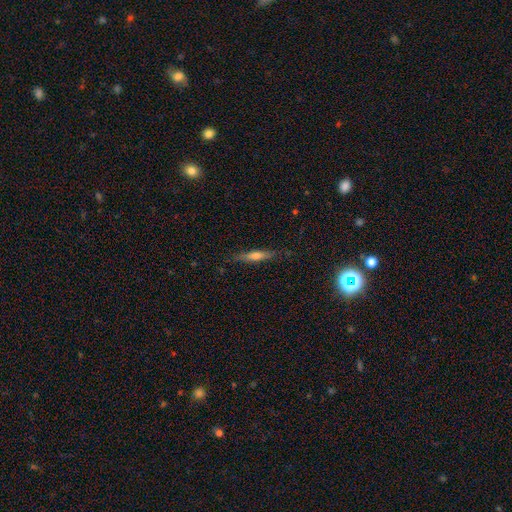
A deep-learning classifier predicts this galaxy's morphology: Smooth or featured?
  - featured or disk: 48% *
  - smooth: 44%
  - star or artifact: 8%
Merging?
  - none: 84% *
  - minor disturbance: 12%
  - major disturbance: 2%
  - merger: 1%